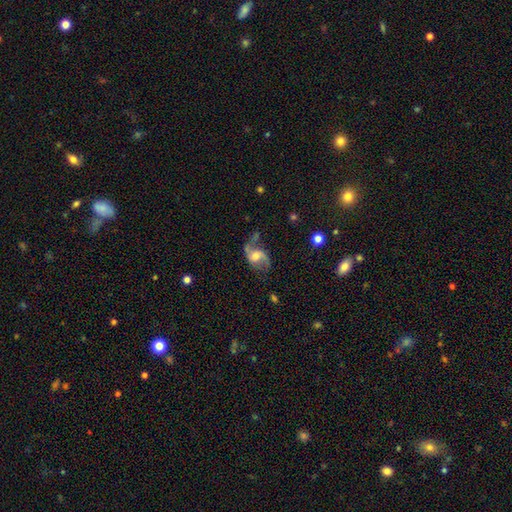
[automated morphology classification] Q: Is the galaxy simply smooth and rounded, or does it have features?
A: featured or disk — 78%.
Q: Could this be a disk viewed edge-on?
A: no — 97%.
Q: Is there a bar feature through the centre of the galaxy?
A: no — 46%.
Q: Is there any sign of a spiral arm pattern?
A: yes — 93%.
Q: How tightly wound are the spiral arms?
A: loose — 64%.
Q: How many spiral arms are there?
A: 2 — 86%.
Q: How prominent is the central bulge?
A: moderate — 43%.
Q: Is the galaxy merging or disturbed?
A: none — 50%.